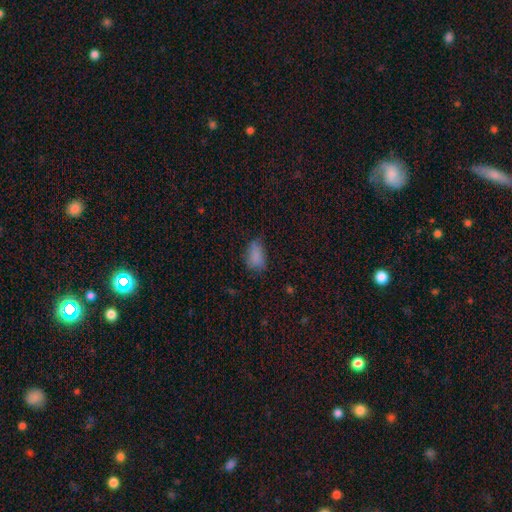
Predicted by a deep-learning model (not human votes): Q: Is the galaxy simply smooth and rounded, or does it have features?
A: smooth — 77%.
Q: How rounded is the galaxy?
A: in between — 89%.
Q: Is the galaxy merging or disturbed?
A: none — 50%.